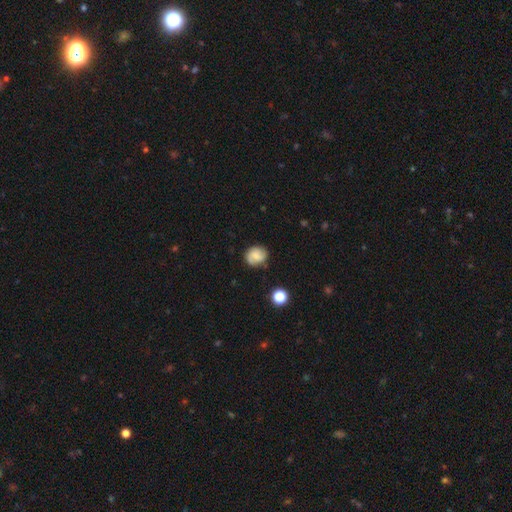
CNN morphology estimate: Overall: smooth (54%; featured or disk 36%). How rounded: round (71%). Merging: none (75%).